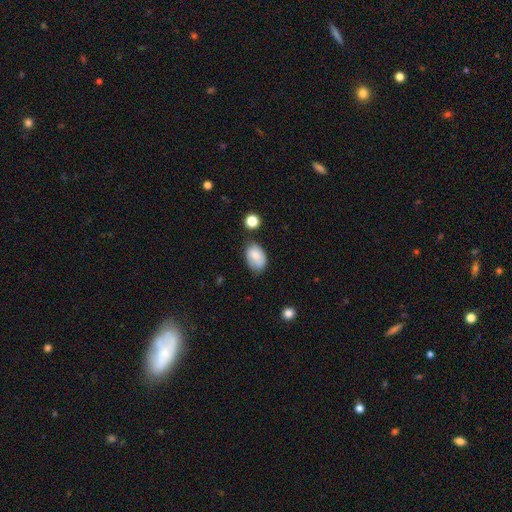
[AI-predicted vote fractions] The model was most divided on "merging": none: 63%, minor disturbance: 27%, major disturbance: 6%, merger: 4%. More confident: how rounded — in between (88%); smooth or featured — smooth (76%).